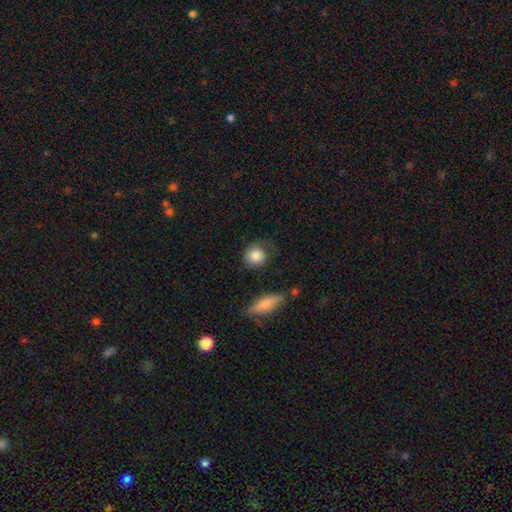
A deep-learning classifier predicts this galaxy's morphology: smooth_or_featured: smooth (p=0.83) [alt: featured or disk p=0.10]
how_rounded: round (p=0.79) [alt: in between p=0.20]
merging: none (p=0.61) [alt: minor disturbance p=0.24]